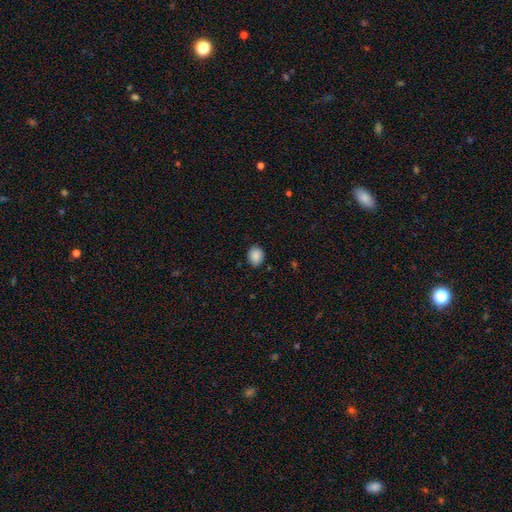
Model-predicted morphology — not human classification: This appears to be a smooth galaxy with no disk features (88%) that is round (59%). Merging: none (81%).